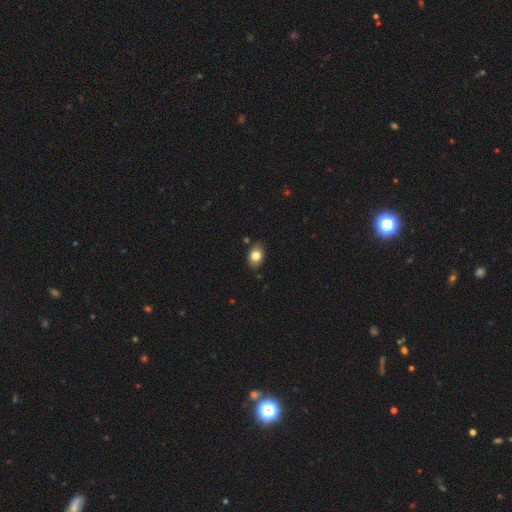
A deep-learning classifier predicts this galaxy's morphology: Overall: smooth (81%). How rounded: in between (78%). Merging: none (82%).